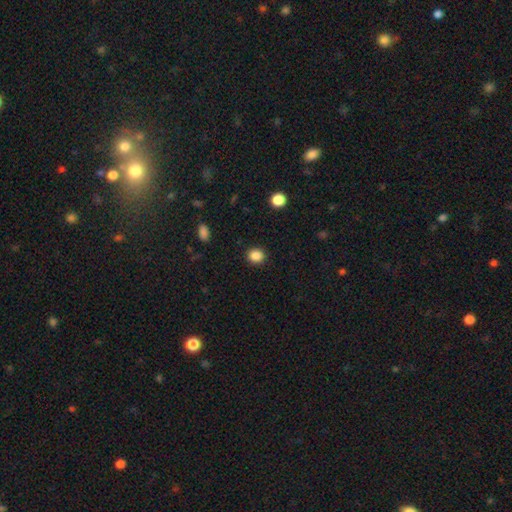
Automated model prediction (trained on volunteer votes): smooth_or_featured: smooth (p=0.87) [alt: star or artifact p=0.10]
how_rounded: round (p=0.77) [alt: in between p=0.22]
merging: none (p=0.91) [alt: minor disturbance p=0.06]